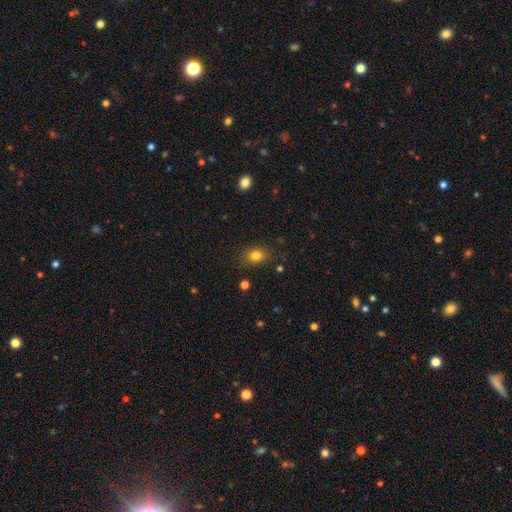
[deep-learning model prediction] This appears to be a smooth galaxy with no disk features (81%) that is in between round and cigar-shaped (61%). Merging: none (81%).